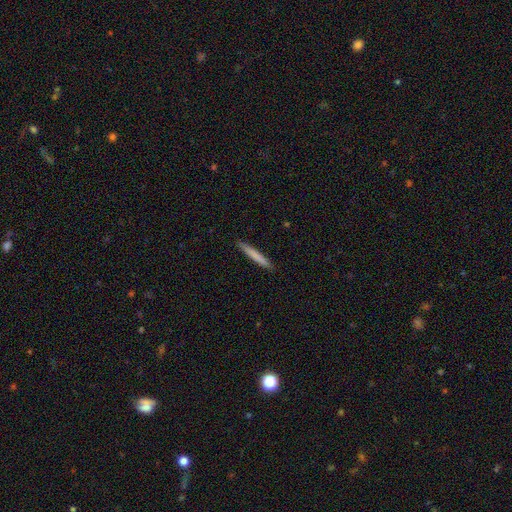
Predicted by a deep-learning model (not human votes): This is likely a smooth galaxy (74%). How rounded: clearly cigar-shaped (96%). Merging: clearly none (91%).